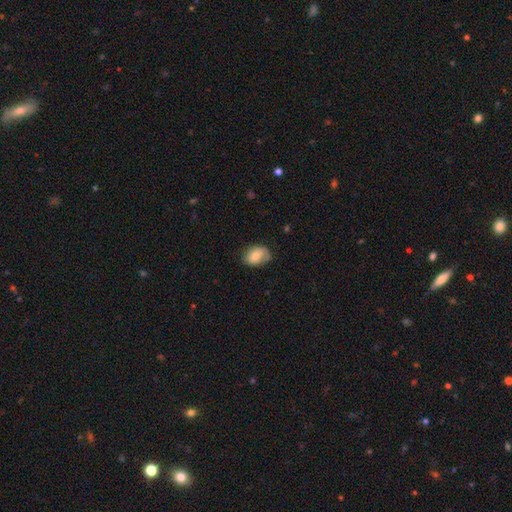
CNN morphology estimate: Smooth or featured: smooth — 69% (featured or disk — 24%)
How rounded: in between — 78% (round — 21%)
Merging: none — 61% (minor disturbance — 29%)